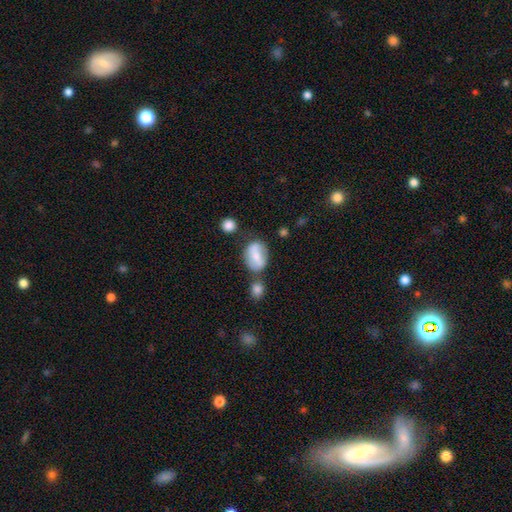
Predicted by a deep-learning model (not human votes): Smooth or featured? Predicted: smooth (p=0.62). How rounded? Predicted: in between (p=0.74). Merging? Predicted: none (p=0.50).